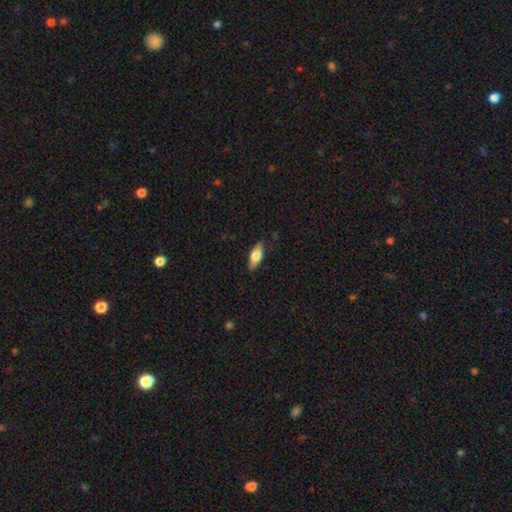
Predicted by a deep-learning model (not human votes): smooth_or_featured: smooth (p=0.65) [alt: featured or disk p=0.29]
how_rounded: in between (p=0.71) [alt: cigar-shaped p=0.26]
merging: none (p=0.84) [alt: minor disturbance p=0.12]